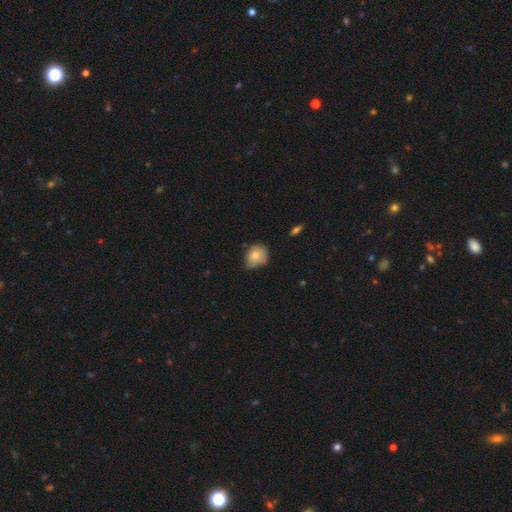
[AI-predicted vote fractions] A smooth galaxy with no disk features (78%) that is round (60%).

Vote fractions:
- Smooth or featured? smooth: 78% / featured or disk: 14% / star or artifact: 8%
- How rounded? round: 60% / in between: 39% / cigar-shaped: 1%
- Merging? none: 48% / minor disturbance: 42% / major disturbance: 8% / merger: 2%